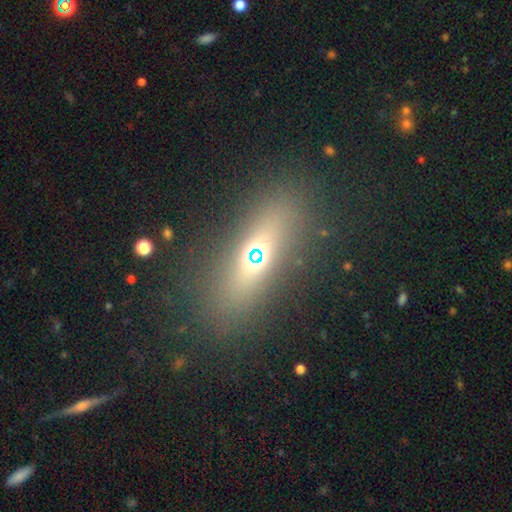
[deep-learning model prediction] Smooth or featured? Predicted: smooth (p=0.46). Merging? Predicted: none (p=0.83).